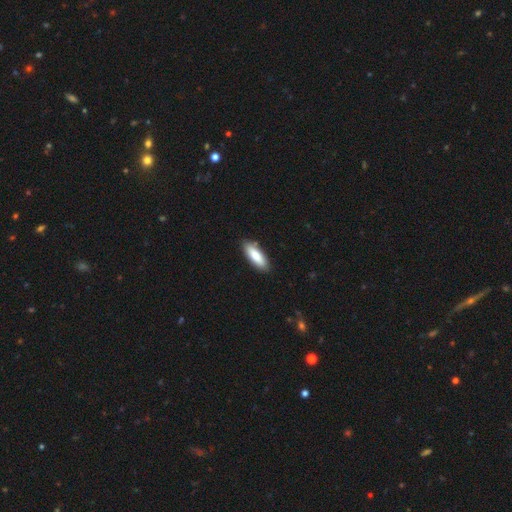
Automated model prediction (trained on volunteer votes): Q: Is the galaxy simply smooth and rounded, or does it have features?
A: smooth — 81%.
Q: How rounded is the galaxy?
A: in between — 59%.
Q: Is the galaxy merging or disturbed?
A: none — 88%.